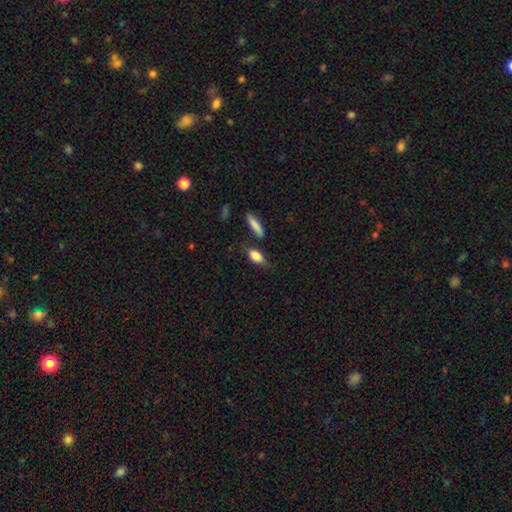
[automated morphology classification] Smooth or featured: smooth — 84% (featured or disk — 8%)
How rounded: in between — 84% (cigar-shaped — 10%)
Merging: none — 62% (minor disturbance — 22%)